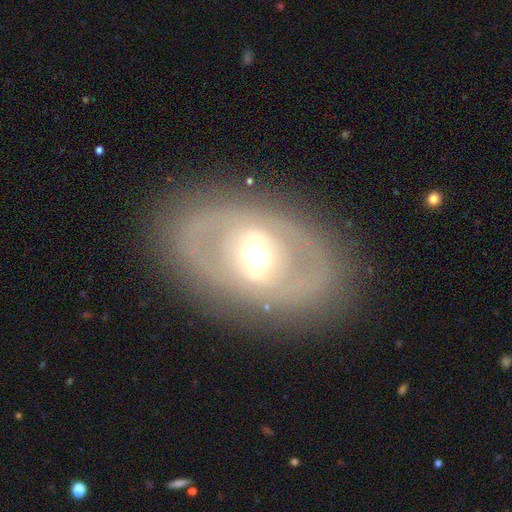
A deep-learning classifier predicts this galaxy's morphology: A featured or disk galaxy (70%) with no bar (44%), no spiral arms (70%) and a moderate central bulge (65%). Merging: none (81%).